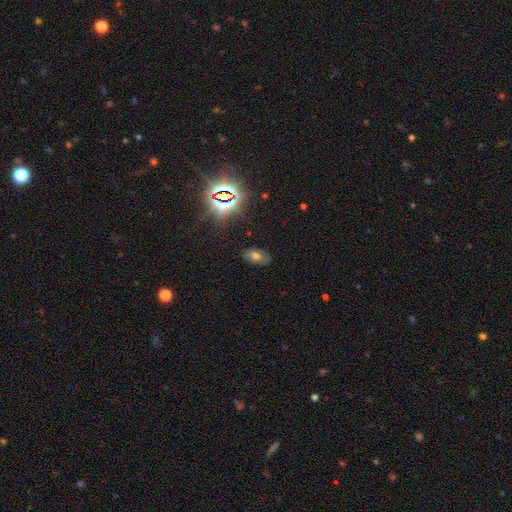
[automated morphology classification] smooth-or-featured: smooth: 56% | star or artifact: 26% | featured or disk: 19%
  how-rounded: in between: 91% | round: 8% | cigar-shaped: 2%
  merging: none: 82% | minor disturbance: 13% | major disturbance: 4% | merger: 1%